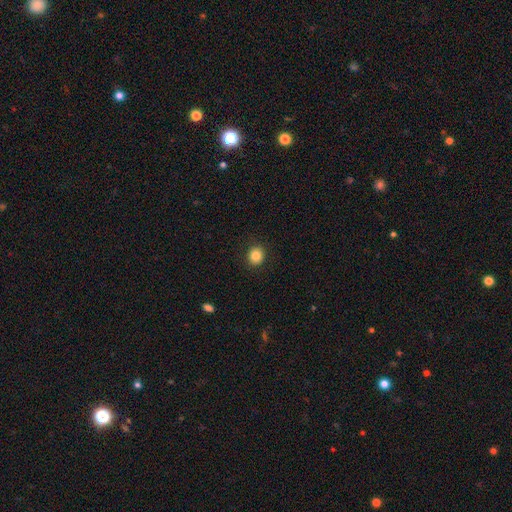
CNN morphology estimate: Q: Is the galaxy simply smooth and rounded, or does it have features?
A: smooth — 85%.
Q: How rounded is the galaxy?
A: round — 82%.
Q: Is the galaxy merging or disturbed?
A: none — 91%.